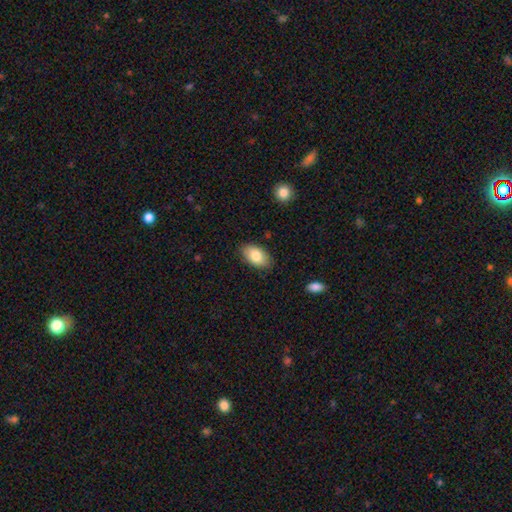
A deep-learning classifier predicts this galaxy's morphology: Smooth or featured: smooth — 83% (featured or disk — 11%)
How rounded: in between — 94% (round — 5%)
Merging: none — 85% (minor disturbance — 11%)